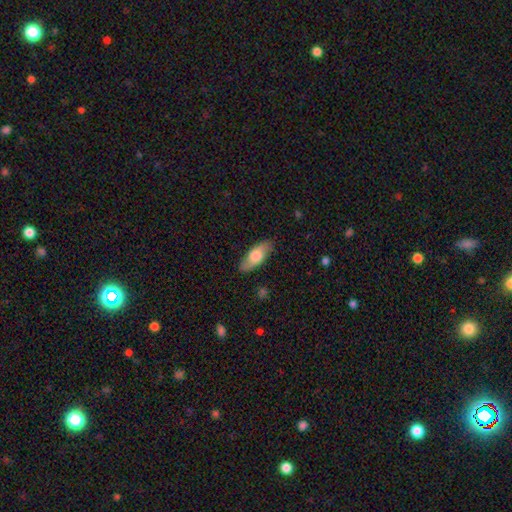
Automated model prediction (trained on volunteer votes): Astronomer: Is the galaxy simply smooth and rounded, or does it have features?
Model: smooth — 59% (runner-up: featured or disk, 36%).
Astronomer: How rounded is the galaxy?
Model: in between — 74%.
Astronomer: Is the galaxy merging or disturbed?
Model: none — 85%.